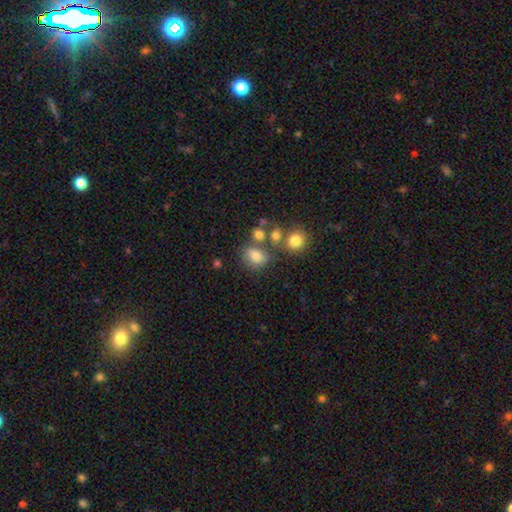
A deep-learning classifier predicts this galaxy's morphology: The model was most divided on "how rounded": in between: 54%, round: 44%, cigar-shaped: 1%. More confident: smooth or featured — smooth (75%); merging — none (58%).